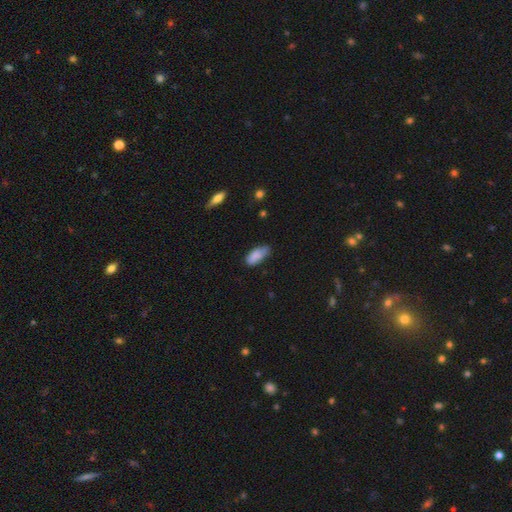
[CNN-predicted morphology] Smooth or featured? Predicted: smooth (p=0.85). How rounded? Predicted: in between (p=0.87). Merging? Predicted: none (p=0.61).